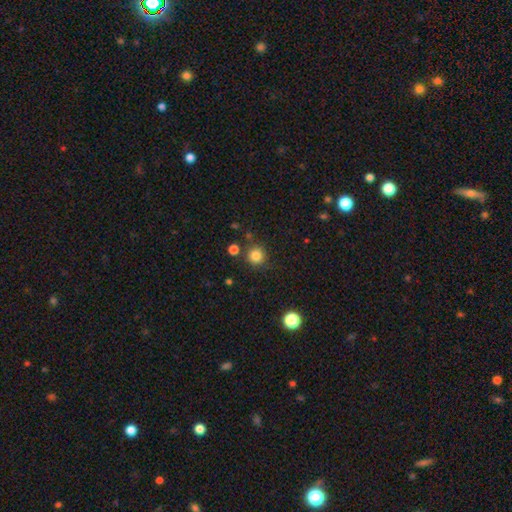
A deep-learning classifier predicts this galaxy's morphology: smooth-or-featured: smooth: 83% | star or artifact: 12% | featured or disk: 4%
  how-rounded: round: 93% | in between: 6% | cigar-shaped: 1%
  merging: none: 84% | minor disturbance: 8% | merger: 5% | major disturbance: 3%